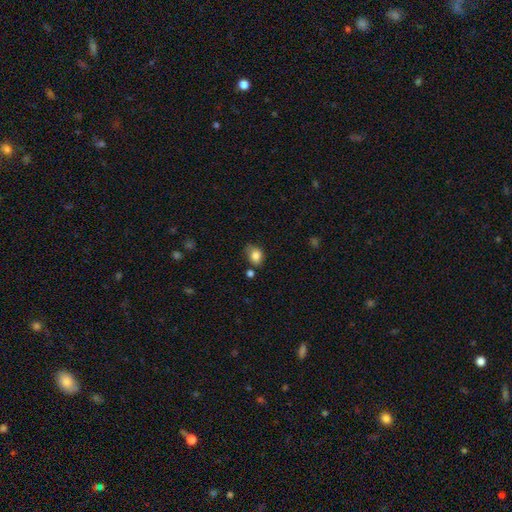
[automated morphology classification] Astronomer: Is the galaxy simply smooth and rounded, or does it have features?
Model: smooth — 82%.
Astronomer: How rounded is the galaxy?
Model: in between — 58% (runner-up: round, 40%).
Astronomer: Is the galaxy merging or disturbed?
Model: none — 59%.